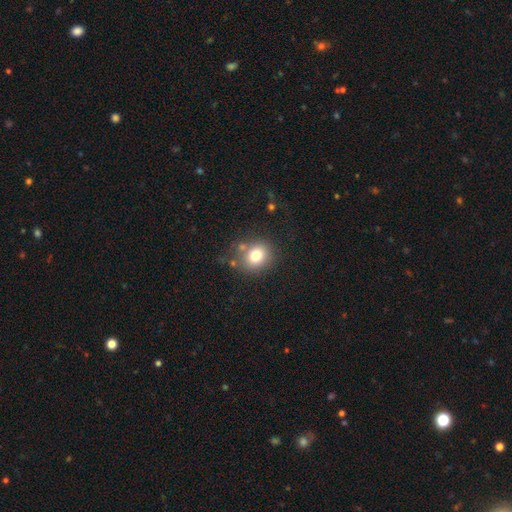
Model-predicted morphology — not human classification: Q: Smooth or featured?
A: smooth (78%); runner-up: star or artifact (12%)
Q: How rounded?
A: round (74%); runner-up: in between (26%)
Q: Merging?
A: none (72%); runner-up: minor disturbance (14%)